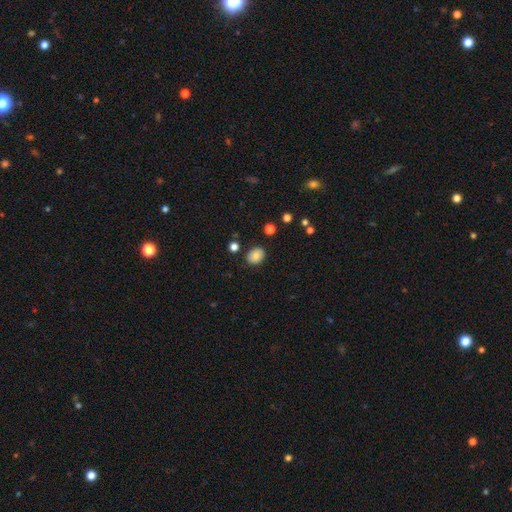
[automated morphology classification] smooth 83%, star or artifact 10%, featured or disk 6%. Down the decision tree: how rounded — in between (53%); merging — none (83%).